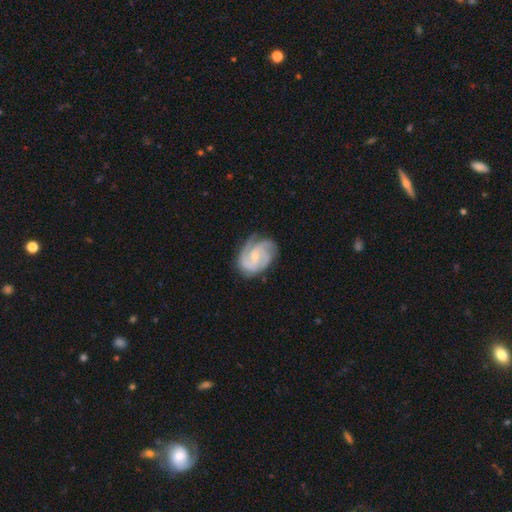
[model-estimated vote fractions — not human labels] Smooth or featured: featured or disk — 87% (smooth — 8%)
Edge-on disk: no — 98% (yes — 2%)
Bar: no — 54% (weak — 38%)
Spiral arms: yes — 98% (no — 2%)
Spiral winding: tight — 51% (medium — 42%)
Spiral arm count: 3 — 59% (2 — 15%)
Bulge size: small — 65% (moderate — 30%)
Merging: none — 72% (minor disturbance — 21%)